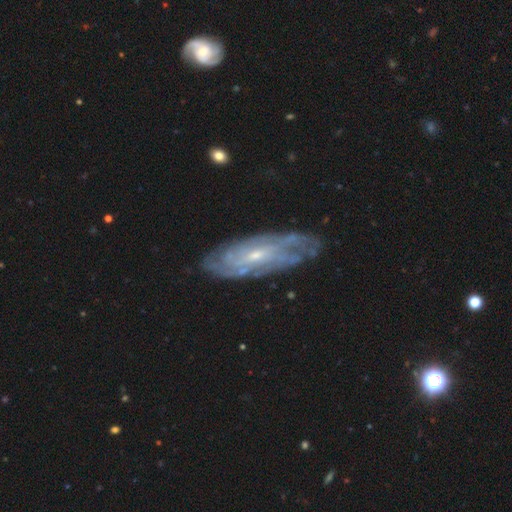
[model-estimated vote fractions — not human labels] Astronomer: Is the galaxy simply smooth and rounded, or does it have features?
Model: featured or disk — 81%.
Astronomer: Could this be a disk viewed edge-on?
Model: no — 86%.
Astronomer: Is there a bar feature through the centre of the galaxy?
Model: no — 57% (runner-up: weak, 34%).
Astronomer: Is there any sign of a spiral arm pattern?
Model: yes — 90%.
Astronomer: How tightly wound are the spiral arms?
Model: tight — 69%.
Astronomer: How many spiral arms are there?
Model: can't tell — 54%.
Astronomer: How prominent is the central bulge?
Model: small — 72%.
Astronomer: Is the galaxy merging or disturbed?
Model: none — 79%.